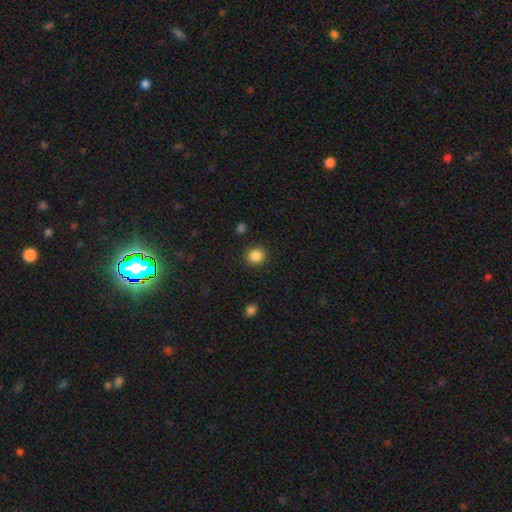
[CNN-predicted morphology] smooth-or-featured: smooth: 87% | star or artifact: 10% | featured or disk: 3%
  how-rounded: round: 87% | in between: 12% | cigar-shaped: 1%
  merging: none: 89% | minor disturbance: 7% | major disturbance: 2% | merger: 2%